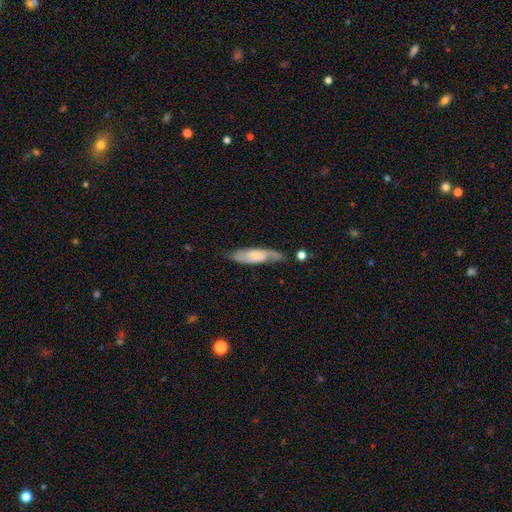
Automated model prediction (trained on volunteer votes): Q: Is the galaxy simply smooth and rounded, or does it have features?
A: featured or disk — 64%.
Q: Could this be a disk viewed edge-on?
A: no — 76%.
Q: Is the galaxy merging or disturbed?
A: none — 72%.